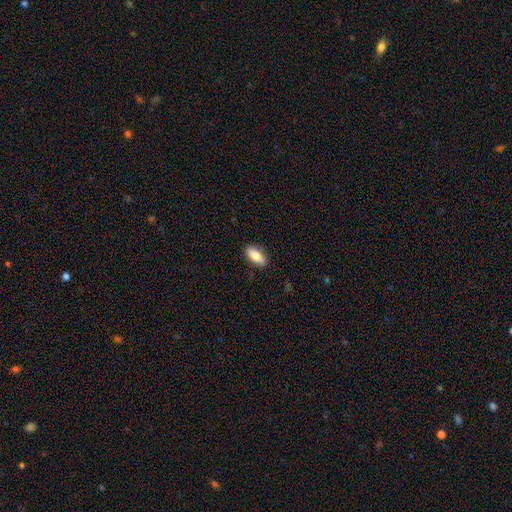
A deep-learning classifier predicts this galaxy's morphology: Smooth or featured? smooth (73%)
How rounded? in between (83%)
Merging? none (86%)